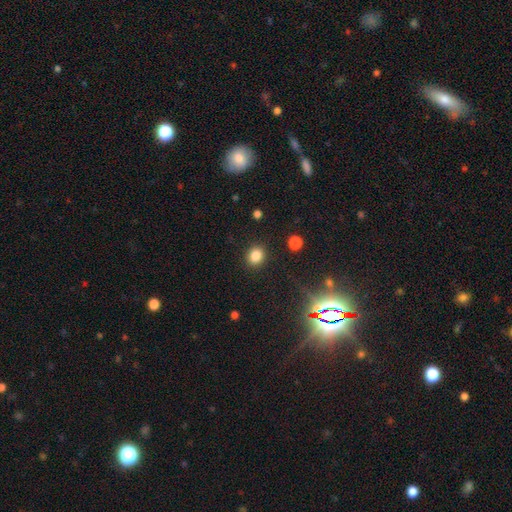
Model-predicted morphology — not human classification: A smooth galaxy with no disk features (83%) that is round (65%).

Vote fractions:
- Smooth or featured? smooth: 83% / star or artifact: 12% / featured or disk: 5%
- How rounded? round: 65% / in between: 34% / cigar-shaped: 1%
- Merging? none: 89% / minor disturbance: 7% / major disturbance: 3% / merger: 1%